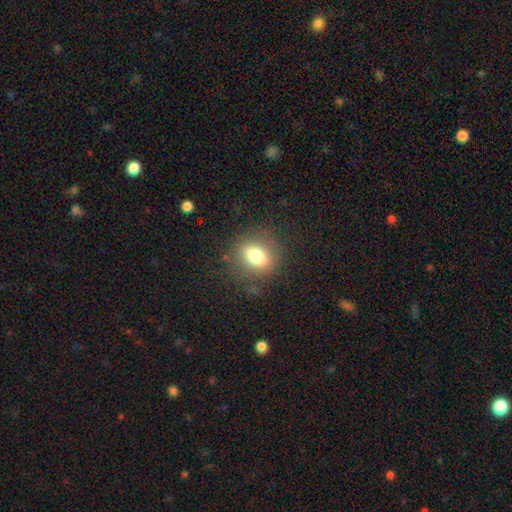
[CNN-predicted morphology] Overall: smooth (77%). How rounded: round (54%; in between 44%). Merging: none (81%).